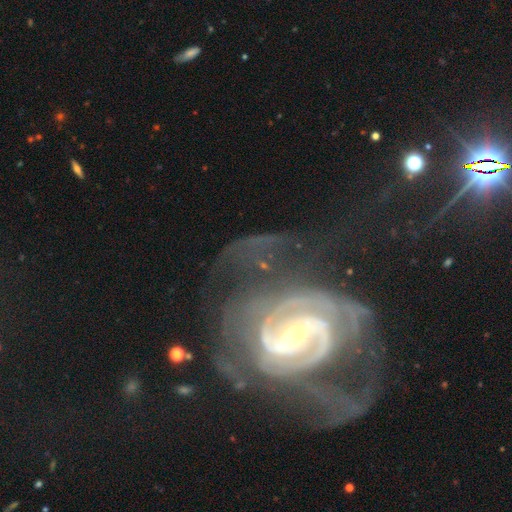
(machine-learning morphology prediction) smooth_or_featured: featured or disk (p=0.89) [alt: star or artifact p=0.07]
disk_edge_on: no (p=0.97) [alt: yes p=0.03]
bar: weak (p=0.43) [alt: strong p=0.36]
has_spiral_arms: yes (p=0.97) [alt: no p=0.03]
spiral_winding: tight (p=0.52) [alt: medium p=0.37]
spiral_arm_count: 2 (p=0.51) [alt: can't tell p=0.18]
bulge_size: small (p=0.60) [alt: moderate p=0.33]
merging: none (p=0.48) [alt: major disturbance p=0.30]